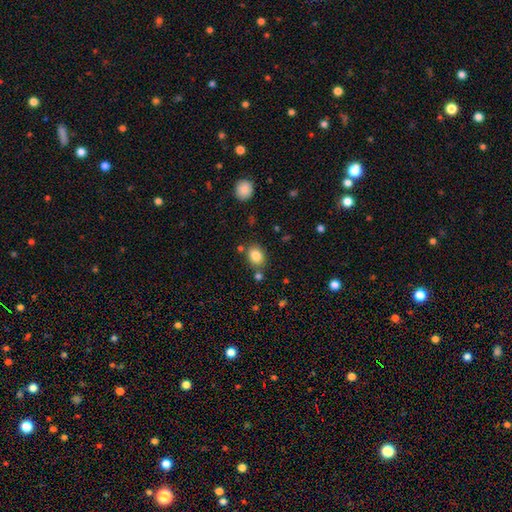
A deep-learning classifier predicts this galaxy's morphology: A smooth galaxy with no disk features (84%) that is in between round and cigar-shaped (56%). Merging: none (76%).